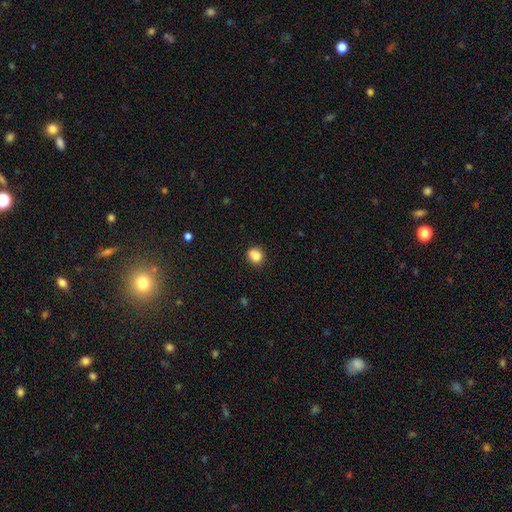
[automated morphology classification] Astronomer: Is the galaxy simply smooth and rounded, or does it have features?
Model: smooth — 83%.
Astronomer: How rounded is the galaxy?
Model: round — 77%.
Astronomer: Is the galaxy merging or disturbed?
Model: none — 75%.